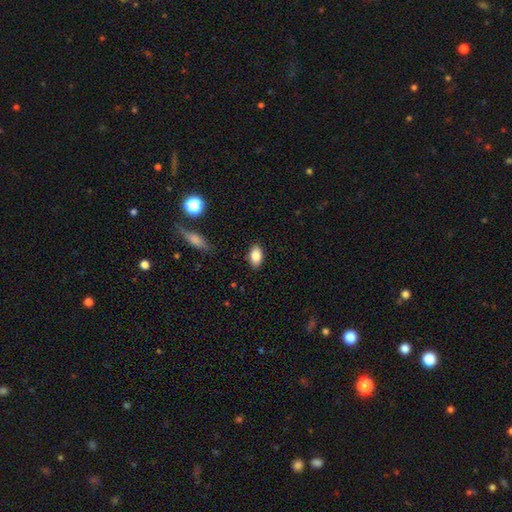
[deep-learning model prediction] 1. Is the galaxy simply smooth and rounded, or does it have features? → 84% smooth, 9% featured or disk, 8% star or artifact.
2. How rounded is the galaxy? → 91% in between, 7% round, 2% cigar-shaped.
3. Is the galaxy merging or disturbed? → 87% none, 9% minor disturbance, 2% major disturbance, 1% merger.